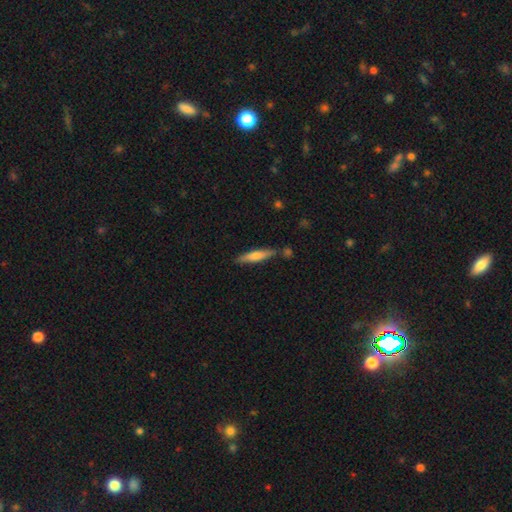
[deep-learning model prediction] Smooth or featured? smooth (62%)
How rounded? cigar-shaped (88%)
Merging? none (79%)